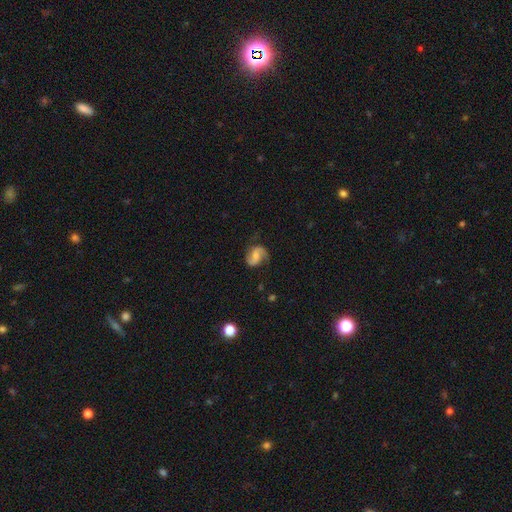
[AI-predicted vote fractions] smooth-or-featured: featured or disk: 76% | smooth: 17% | star or artifact: 7%
  disk-edge-on: no: 98% | yes: 2%
    bar: weak: 44% | no: 37% | strong: 19%
    has-spiral-arms: yes: 95% | no: 5%
      spiral-winding: loose: 45% | medium: 41% | tight: 14%
      spiral-arm-count: 2: 90% | can't tell: 4% | 1: 3% | 3: 1% | 4: 1% | more than 4: 1%
    bulge-size: small: 41% | moderate: 30% | none: 23% | large: 4% | dominant: 1%
  merging: none: 73% | minor disturbance: 18% | major disturbance: 8% | merger: 2%